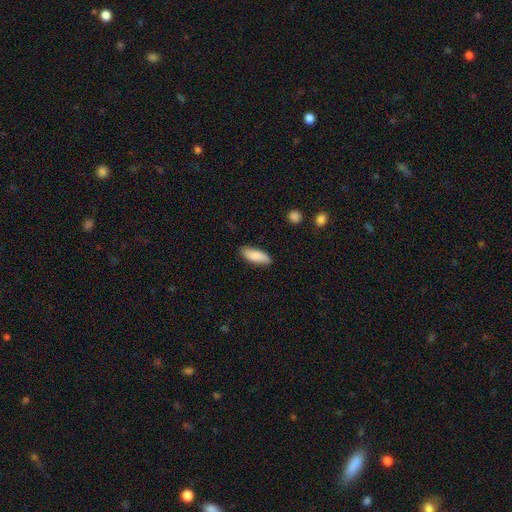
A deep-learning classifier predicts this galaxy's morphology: This appears to be a smooth galaxy with no disk features (83%) that is in between round and cigar-shaped (68%). Merging: none (83%).